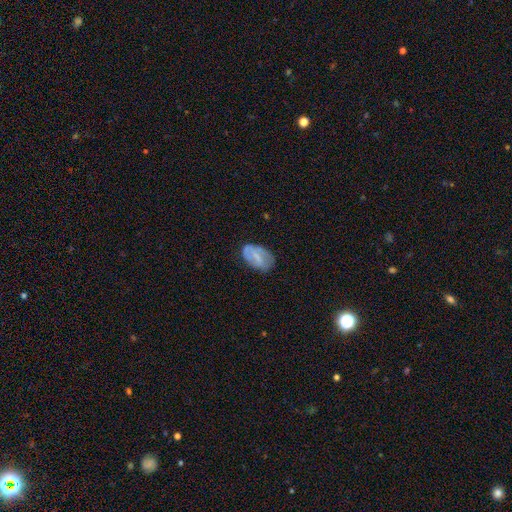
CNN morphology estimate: Smooth or featured?
  - smooth: 52% *
  - featured or disk: 40%
  - star or artifact: 8%
How rounded?
  - in between: 91% *
  - round: 7%
  - cigar-shaped: 2%
Merging?
  - none: 63% *
  - minor disturbance: 25%
  - major disturbance: 10%
  - merger: 2%